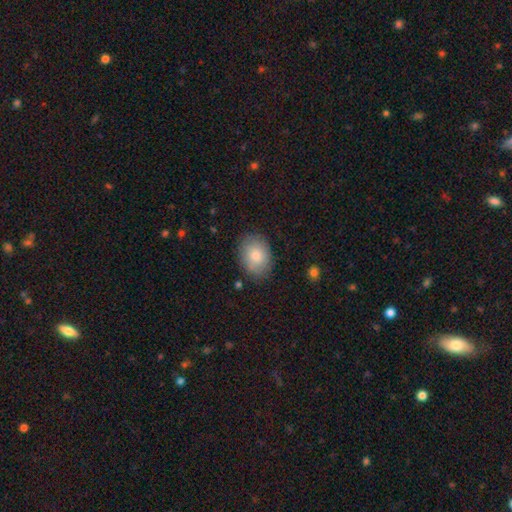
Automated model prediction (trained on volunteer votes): smooth-or-featured: smooth: 82% | featured or disk: 11% | star or artifact: 7%
  how-rounded: in between: 70% | round: 29% | cigar-shaped: 1%
  merging: none: 82% | minor disturbance: 13% | major disturbance: 3% | merger: 1%